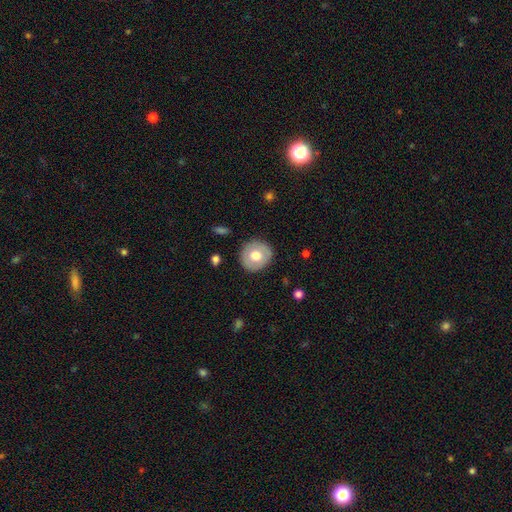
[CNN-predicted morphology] Smooth or featured: smooth — 64% (featured or disk — 30%)
How rounded: round — 87% (in between — 12%)
Merging: none — 87% (minor disturbance — 9%)